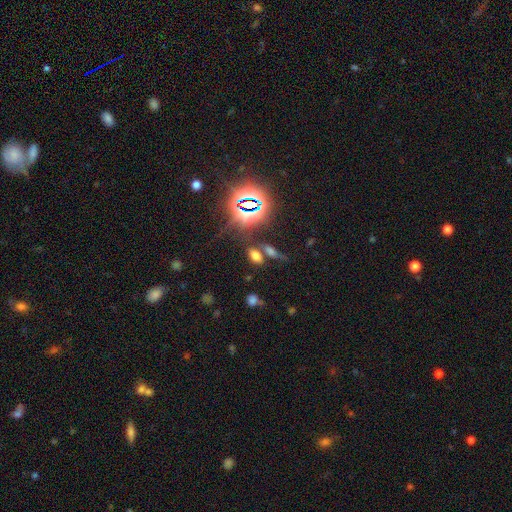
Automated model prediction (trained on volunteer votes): A smooth galaxy with no disk features (59%) that is in between round and cigar-shaped (85%). Merging: none (68%).